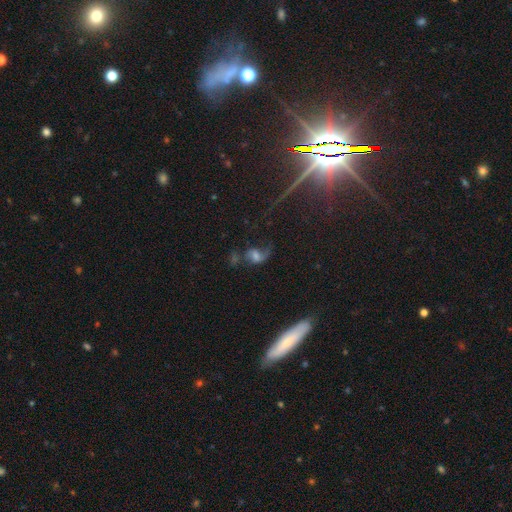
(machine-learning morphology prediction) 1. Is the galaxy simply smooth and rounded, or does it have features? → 53% featured or disk, 28% smooth, 19% star or artifact.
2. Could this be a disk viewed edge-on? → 96% no, 4% yes.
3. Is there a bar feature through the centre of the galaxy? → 57% no, 33% weak, 10% strong.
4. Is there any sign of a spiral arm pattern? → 78% yes, 22% no.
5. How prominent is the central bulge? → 38% moderate, 25% small, 18% none, 16% large, 3% dominant.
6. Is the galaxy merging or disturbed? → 33% none (tied), 33% major disturbance (tied), 18% minor disturbance, 16% merger.